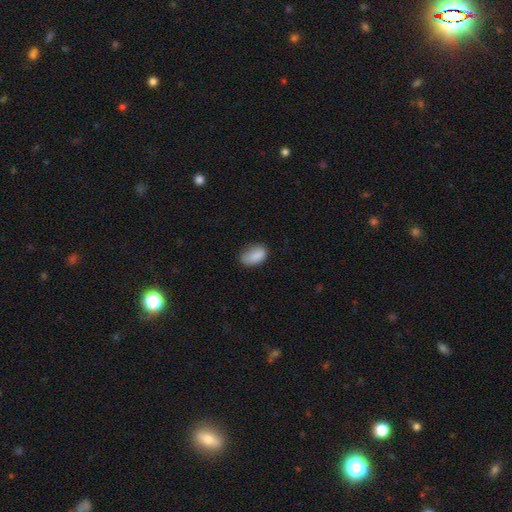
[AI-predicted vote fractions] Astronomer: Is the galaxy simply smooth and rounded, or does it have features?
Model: smooth — 87%.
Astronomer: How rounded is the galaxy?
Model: in between — 91%.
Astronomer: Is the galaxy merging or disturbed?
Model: none — 66%.